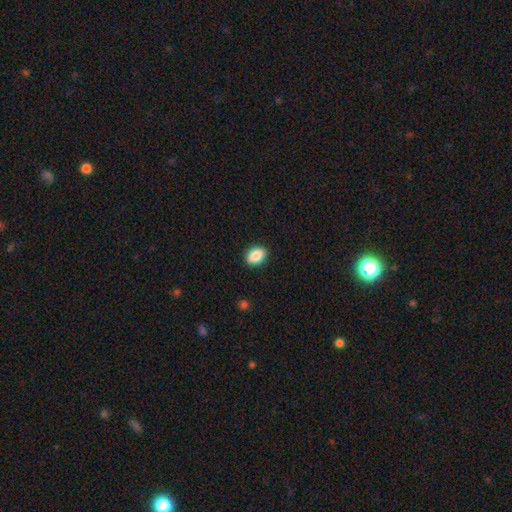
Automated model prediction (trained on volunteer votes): Q: Smooth or featured?
A: smooth (88%); runner-up: star or artifact (8%)
Q: How rounded?
A: in between (77%); runner-up: round (21%)
Q: Merging?
A: none (90%); runner-up: minor disturbance (7%)